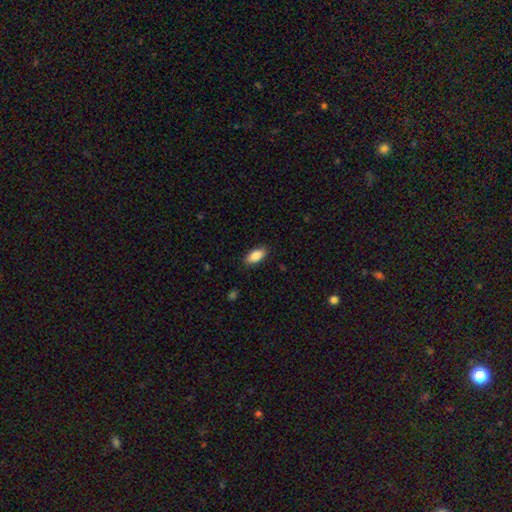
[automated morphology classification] Smooth or featured? smooth (88%)
How rounded? in between (92%)
Merging? none (86%)